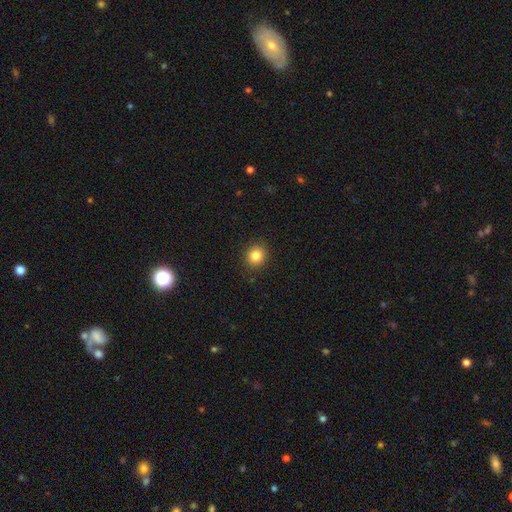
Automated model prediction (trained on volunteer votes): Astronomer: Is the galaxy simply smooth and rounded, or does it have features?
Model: smooth — 84%.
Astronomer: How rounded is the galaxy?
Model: round — 84%.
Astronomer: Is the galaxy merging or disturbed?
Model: none — 88%.